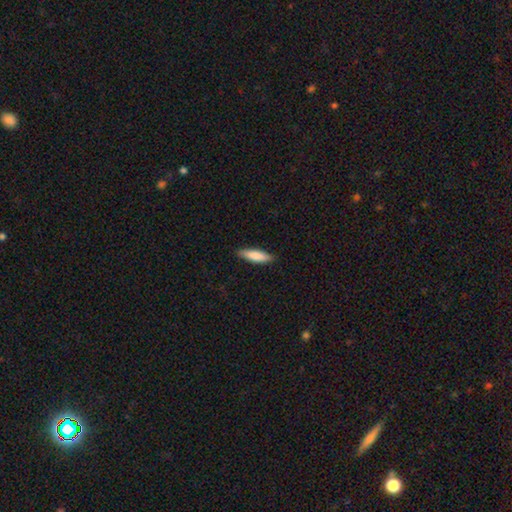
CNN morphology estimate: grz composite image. It shows a smooth galaxy with no disk features (80%) that is cigar-shaped (66%). Merging: none (87%).